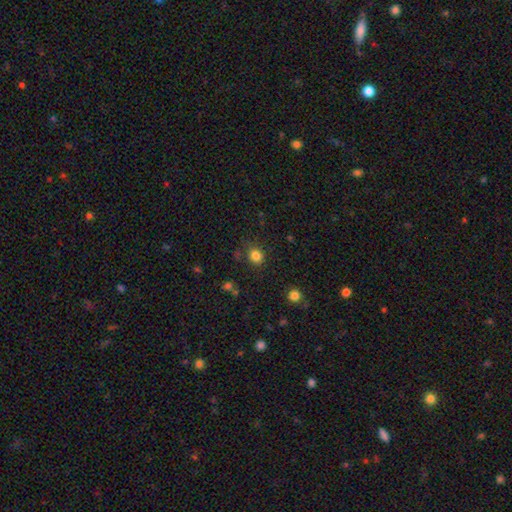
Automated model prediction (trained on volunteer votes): Overall: smooth (82%). How rounded: round (75%). Merging: none (81%).